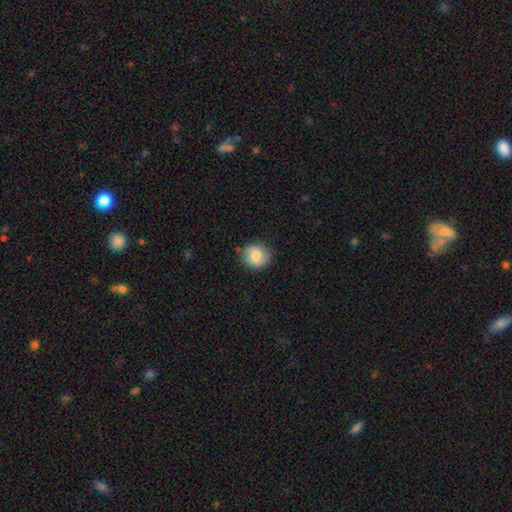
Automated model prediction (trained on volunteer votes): This is likely a smooth galaxy (75%). How rounded: clearly round (85%). Merging: clearly none (82%).